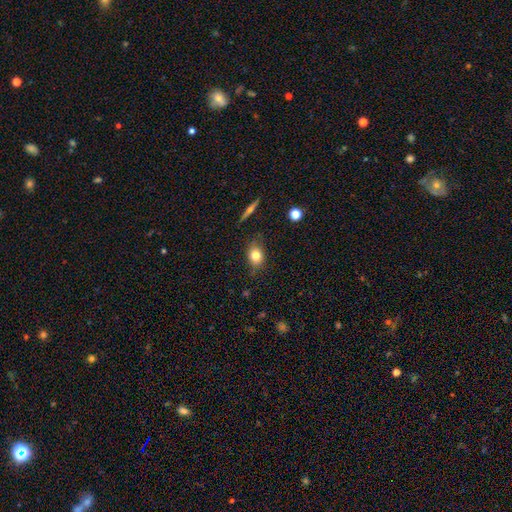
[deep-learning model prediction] A smooth galaxy with no disk features (78%) that is in between round and cigar-shaped (55%).

Vote fractions:
- Smooth or featured? smooth: 78% / featured or disk: 12% / star or artifact: 10%
- How rounded? in between: 55% / round: 43% / cigar-shaped: 2%
- Merging? none: 76% / minor disturbance: 18% / major disturbance: 4% / merger: 2%